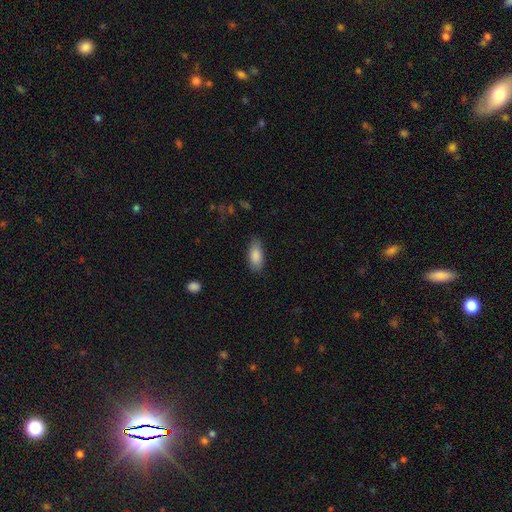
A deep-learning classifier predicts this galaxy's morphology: Smooth or featured? Predicted: smooth (p=0.87). How rounded? Predicted: in between (p=0.87). Merging? Predicted: none (p=0.81).